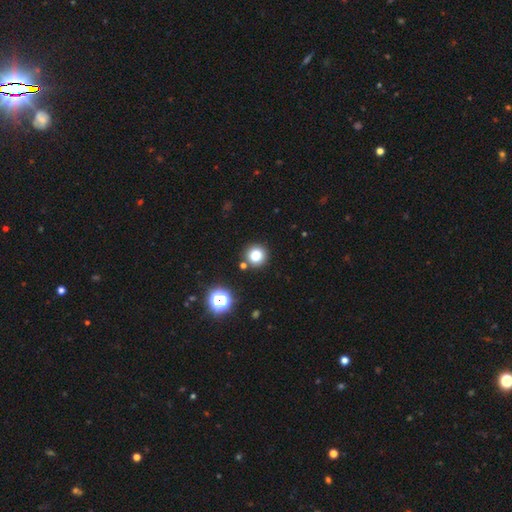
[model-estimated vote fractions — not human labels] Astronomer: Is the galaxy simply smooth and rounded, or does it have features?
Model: smooth — 80%.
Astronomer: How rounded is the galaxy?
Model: round — 94%.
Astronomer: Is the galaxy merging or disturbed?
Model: none — 85%.